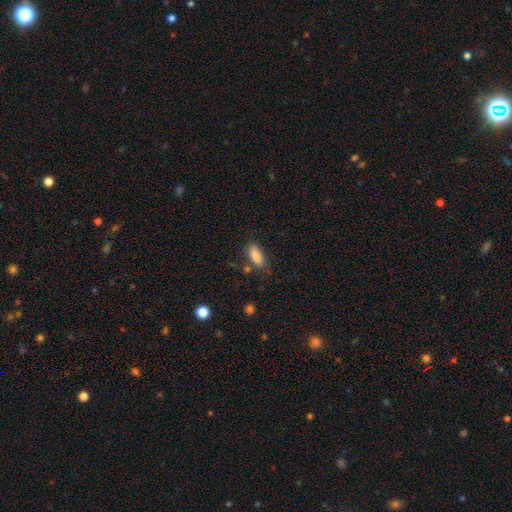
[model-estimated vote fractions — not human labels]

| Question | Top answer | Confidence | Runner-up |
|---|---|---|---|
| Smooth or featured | smooth | 85% | featured or disk (8%) |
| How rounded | in between | 77% | cigar-shaped (21%) |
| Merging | none | 71% | minor disturbance (19%) |